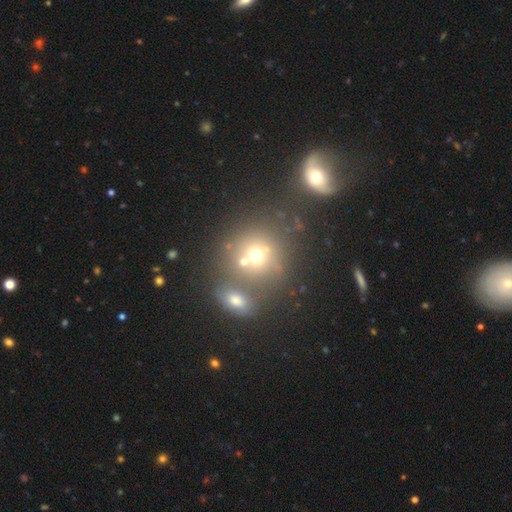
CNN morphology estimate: Smooth or featured: smooth — 60% (star or artifact — 20%)
How rounded: round — 81% (in between — 18%)
Merging: none — 44% (merger — 39%)